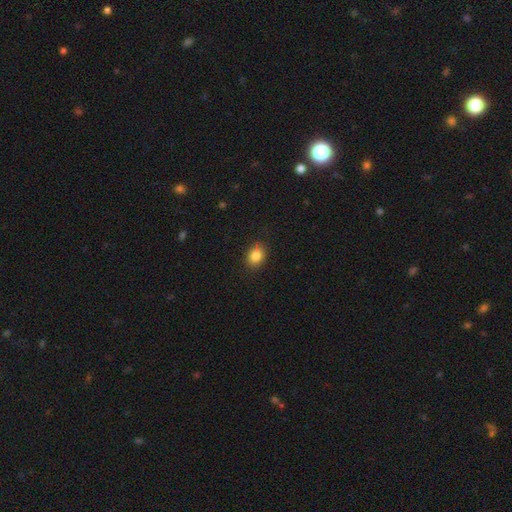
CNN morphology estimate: This is clearly a smooth galaxy (85%). How rounded: possibly in between (59%). Merging: clearly none (85%).